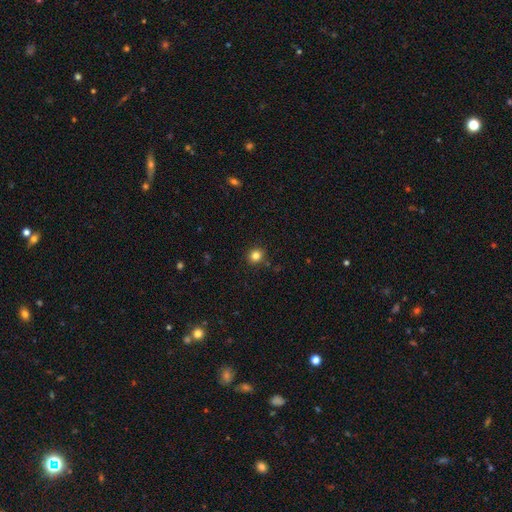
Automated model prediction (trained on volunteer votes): smooth-or-featured: smooth: 82% | star or artifact: 13% | featured or disk: 5%
  how-rounded: round: 88% | in between: 11% | cigar-shaped: 1%
  merging: none: 90% | minor disturbance: 7% | major disturbance: 2% | merger: 2%